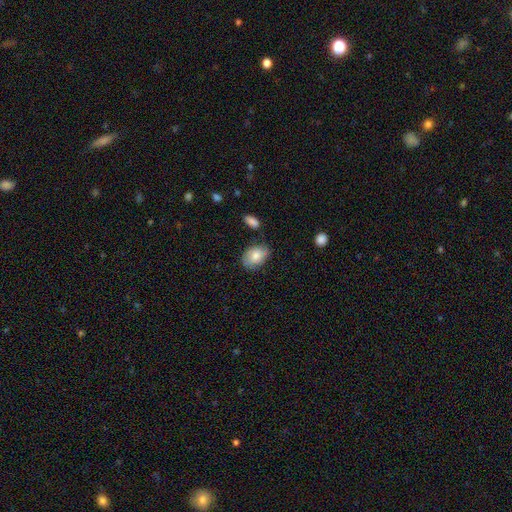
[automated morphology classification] Smooth or featured? Predicted: smooth (p=0.77). How rounded? Predicted: in between (p=0.77). Merging? Predicted: none (p=0.67).